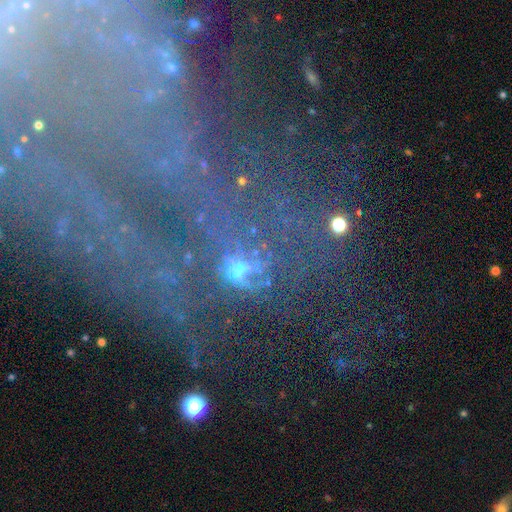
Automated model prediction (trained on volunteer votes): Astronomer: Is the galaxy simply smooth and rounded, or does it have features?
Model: star or artifact — 45% (runner-up: featured or disk, 37%).